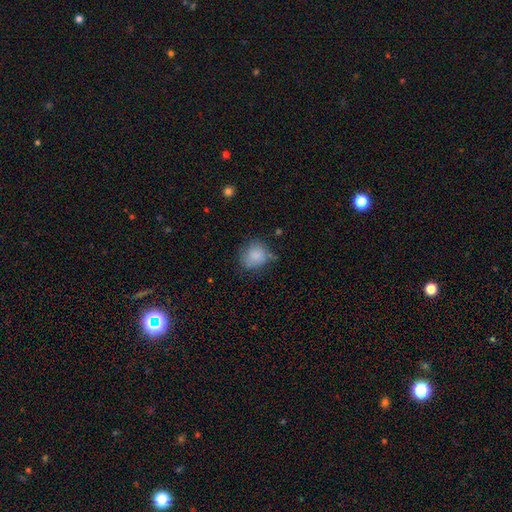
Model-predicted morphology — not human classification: Q: Smooth or featured?
A: smooth (85%); runner-up: star or artifact (9%)
Q: How rounded?
A: round (74%); runner-up: in between (25%)
Q: Merging?
A: none (65%); runner-up: minor disturbance (24%)